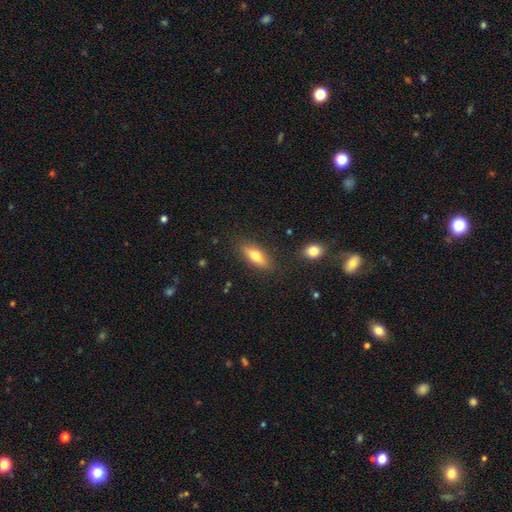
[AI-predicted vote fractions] smooth_or_featured: smooth (p=0.64) [alt: featured or disk p=0.29]
how_rounded: in between (p=0.59) [alt: cigar-shaped p=0.38]
merging: none (p=0.85) [alt: minor disturbance p=0.10]